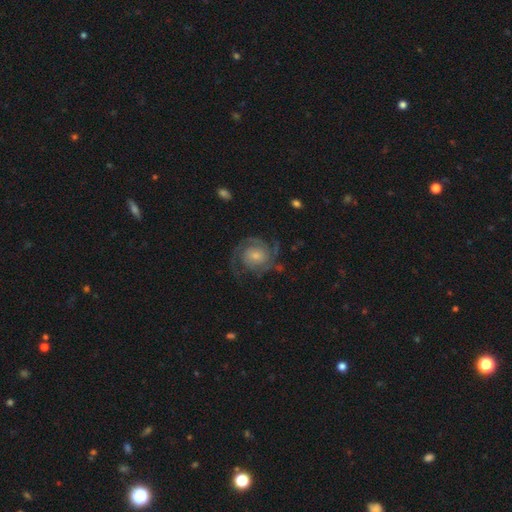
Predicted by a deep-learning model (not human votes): Morphology: type=featured or disk (85%); edge-on=no (98%); bar=no (70%); spiral arms=yes (97%); winding=tight (55%); arm count=2 (57%); bulge=small (52%); merging=none (71%).